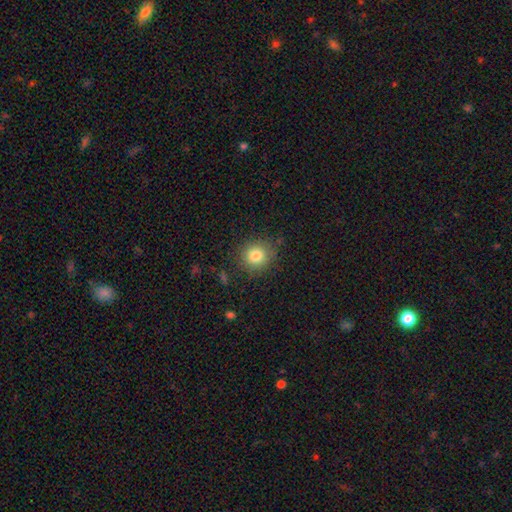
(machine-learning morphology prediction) This is clearly a smooth galaxy (81%). How rounded: clearly round (88%). Merging: clearly none (85%).